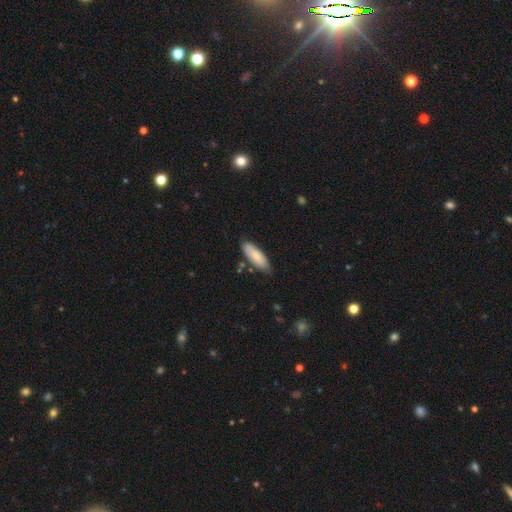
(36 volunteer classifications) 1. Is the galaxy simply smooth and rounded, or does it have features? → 69% smooth, 31% featured or disk, 0% star or artifact.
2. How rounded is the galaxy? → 92% in between, 8% cigar-shaped, 0% round.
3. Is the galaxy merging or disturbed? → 89% none, 8% minor disturbance, 3% merger, 0% major disturbance.